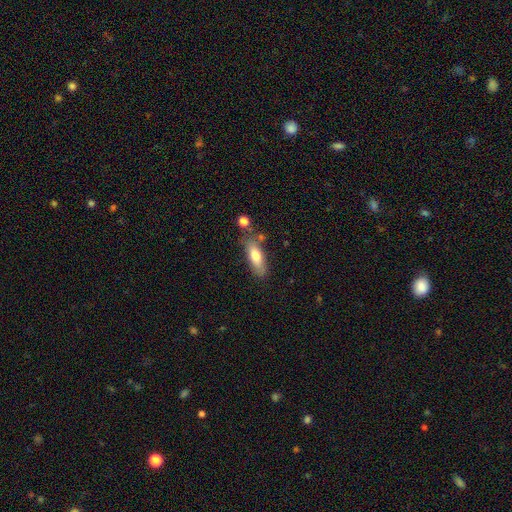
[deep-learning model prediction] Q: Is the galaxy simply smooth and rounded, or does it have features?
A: smooth — 72%.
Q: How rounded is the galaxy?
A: in between — 63%.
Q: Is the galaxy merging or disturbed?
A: none — 68%.